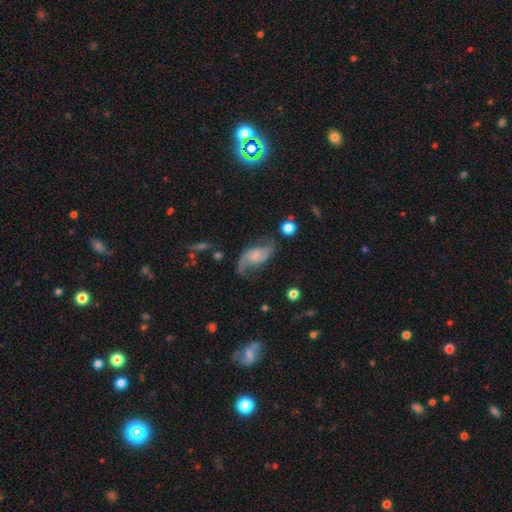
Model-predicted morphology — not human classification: smooth-or-featured: featured or disk: 81% | smooth: 12% | star or artifact: 7%
  disk-edge-on: no: 96% | yes: 4%
    bar: no: 61% | weak: 31% | strong: 8%
    has-spiral-arms: yes: 96% | no: 4%
      spiral-winding: loose: 71% | medium: 24% | tight: 6%
      spiral-arm-count: 2: 91% | 1: 4% | can't tell: 2% | 3: 1% | 4: 1% | more than 4: 1%
    bulge-size: none: 35% | small: 31% | moderate: 21% | large: 11% | dominant: 3%
  merging: none: 67% | minor disturbance: 18% | major disturbance: 11% | merger: 3%